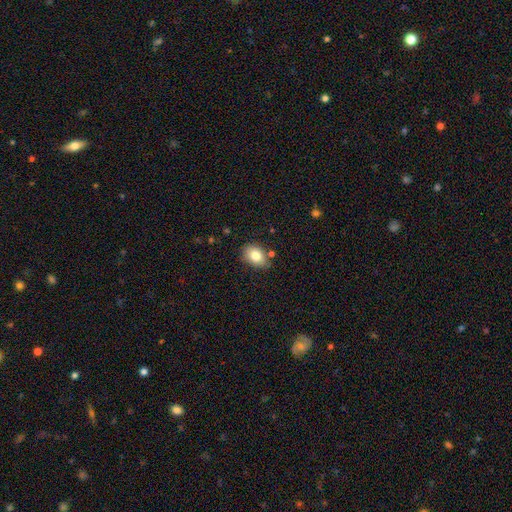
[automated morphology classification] smooth-or-featured: smooth: 81% | featured or disk: 11% | star or artifact: 9%
  how-rounded: in between: 79% | round: 20% | cigar-shaped: 1%
  merging: none: 77% | minor disturbance: 15% | merger: 4% | major disturbance: 3%